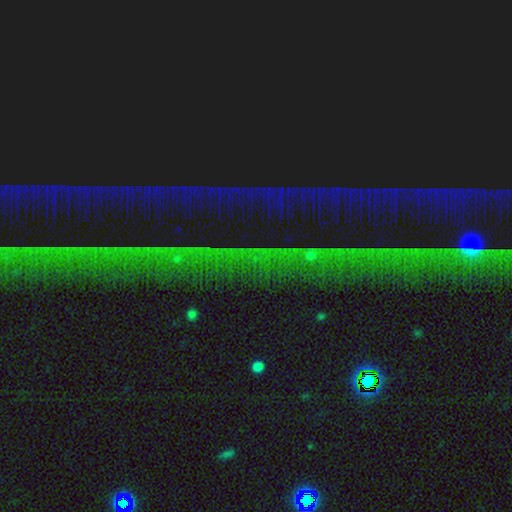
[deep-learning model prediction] smooth_or_featured: star or artifact (p=0.86) [alt: featured or disk p=0.08]